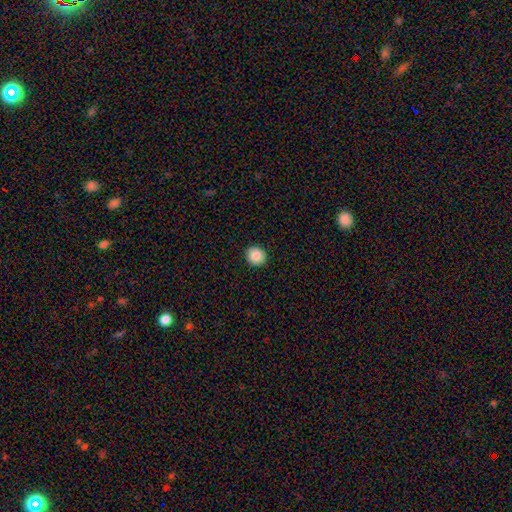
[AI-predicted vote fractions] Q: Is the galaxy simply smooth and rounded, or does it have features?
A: smooth — 86%.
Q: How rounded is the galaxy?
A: round — 85%.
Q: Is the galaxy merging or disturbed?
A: none — 92%.